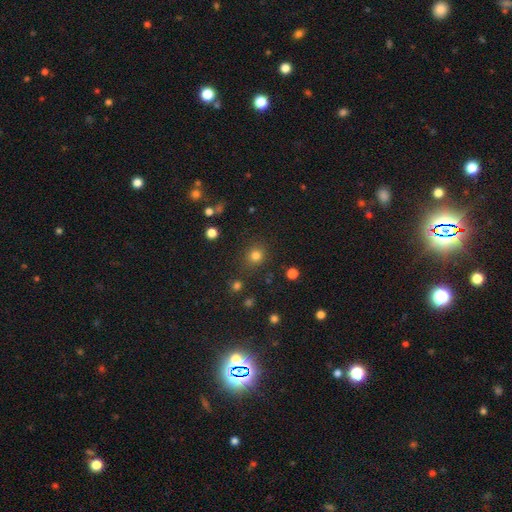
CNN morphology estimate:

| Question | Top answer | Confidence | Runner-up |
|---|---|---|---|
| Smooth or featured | smooth | 79% | star or artifact (15%) |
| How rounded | round | 87% | in between (12%) |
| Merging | none | 85% | minor disturbance (8%) |